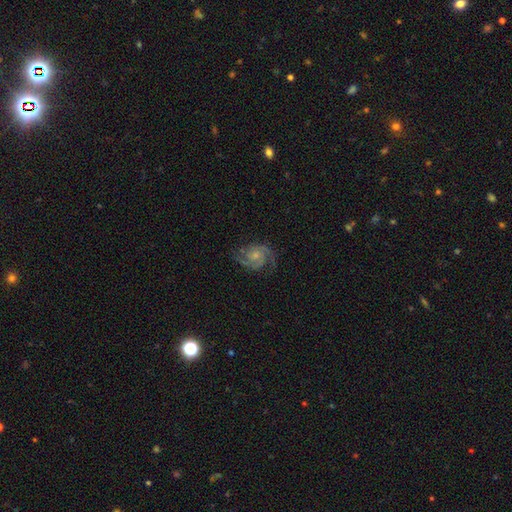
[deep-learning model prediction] This is clearly a featured or disk galaxy (86%). It is clearly not viewed edge-on (98%). Bar: likely no (72%). Spiral arm pattern: clearly yes (97%). Spiral arm count: likely 2 (68%). Spiral winding: possibly medium (52%). Central bulge: likely small (61%). Merging: likely none (72%).